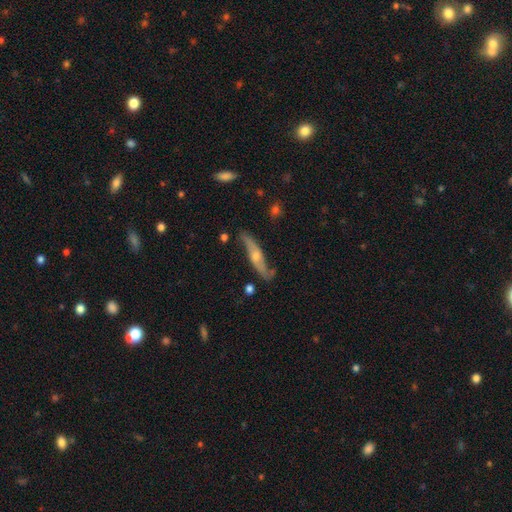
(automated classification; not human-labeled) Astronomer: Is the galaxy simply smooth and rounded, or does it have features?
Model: featured or disk — 76%.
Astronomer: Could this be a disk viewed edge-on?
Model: no — 53% (runner-up: yes, 47%).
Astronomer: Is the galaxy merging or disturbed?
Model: none — 74%.